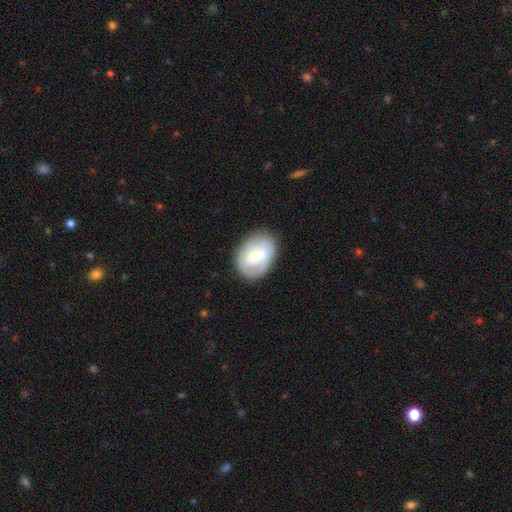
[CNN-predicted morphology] smooth-or-featured: featured or disk: 48% | smooth: 46% | star or artifact: 6%
  merging: none: 77% | minor disturbance: 16% | major disturbance: 5% | merger: 1%